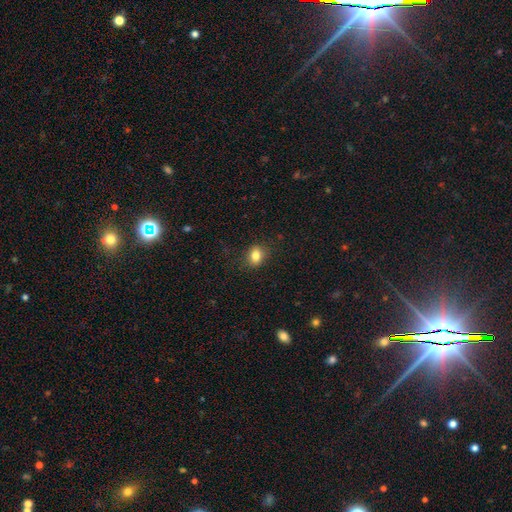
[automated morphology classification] A smooth galaxy with no disk features (82%) that is in between round and cigar-shaped (51%).

Vote fractions:
- Smooth or featured? smooth: 82% / star or artifact: 11% / featured or disk: 7%
- How rounded? in between: 51% / round: 48% / cigar-shaped: 1%
- Merging? none: 85% / minor disturbance: 11% / major disturbance: 3% / merger: 1%